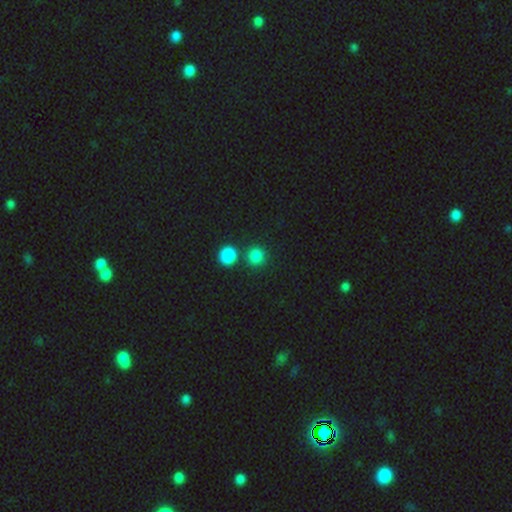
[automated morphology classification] A smooth galaxy with no disk features (82%) that is round (90%). Merging: none (76%).